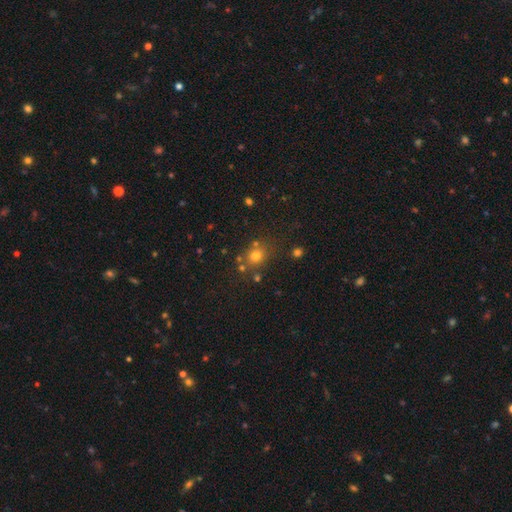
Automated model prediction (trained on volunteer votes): This appears to be a smooth galaxy with no disk features (69%) that is round (79%). Merging: none (70%).